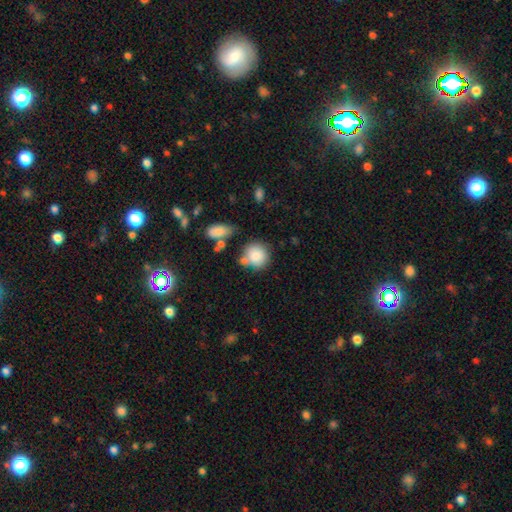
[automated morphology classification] A smooth galaxy with no disk features (84%) that is round (84%).

Vote fractions:
- Smooth or featured? smooth: 84% / featured or disk: 8% / star or artifact: 8%
- How rounded? round: 84% / in between: 14% / cigar-shaped: 1%
- Merging? none: 59% / minor disturbance: 18% / merger: 17% / major disturbance: 6%